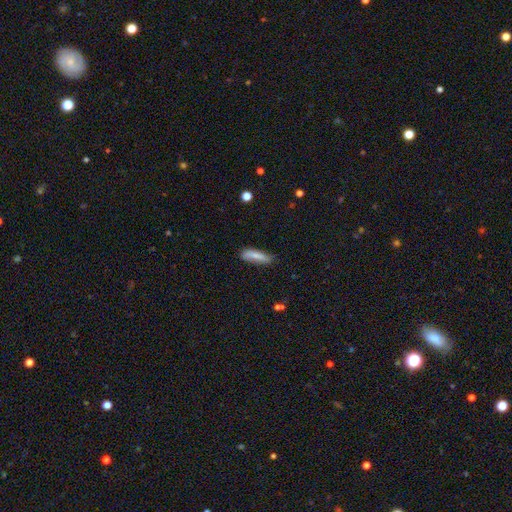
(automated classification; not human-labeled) Smooth or featured?
  - smooth: 74% *
  - featured or disk: 19%
  - star or artifact: 7%
How rounded?
  - cigar-shaped: 66% *
  - in between: 32%
  - round: 2%
Merging?
  - none: 73% *
  - minor disturbance: 21%
  - major disturbance: 4%
  - merger: 2%